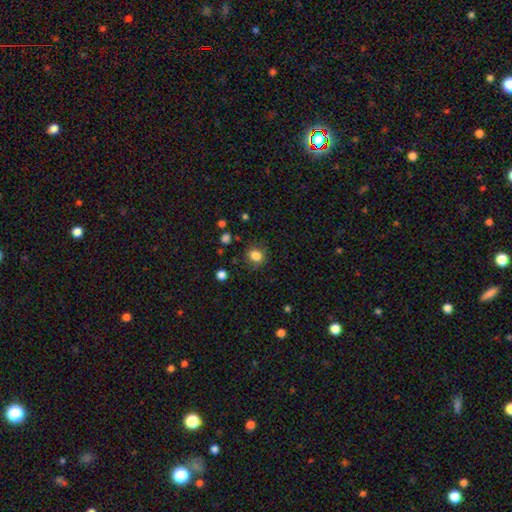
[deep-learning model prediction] The model was most divided on "how rounded": round: 72%, in between: 27%, cigar-shaped: 1%. More confident: smooth or featured — smooth (84%); merging — none (78%).